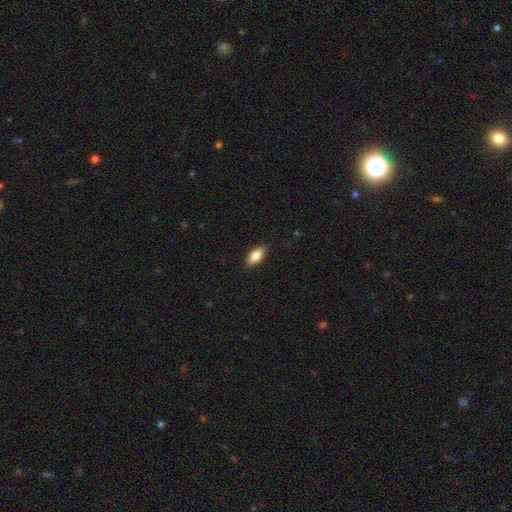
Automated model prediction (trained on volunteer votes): Q: Smooth or featured?
A: smooth (78%); runner-up: featured or disk (16%)
Q: How rounded?
A: in between (84%); runner-up: cigar-shaped (13%)
Q: Merging?
A: none (86%); runner-up: minor disturbance (11%)